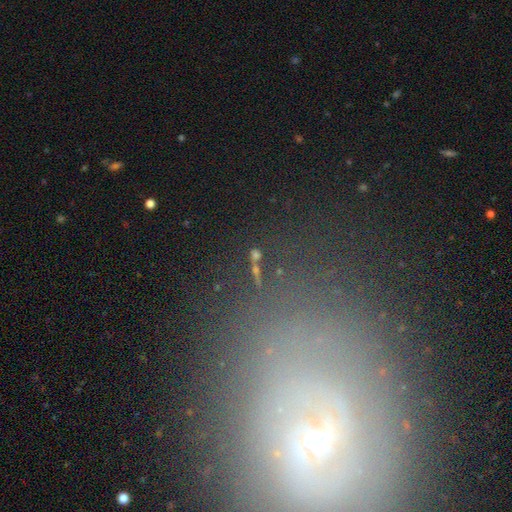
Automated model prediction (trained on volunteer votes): This appears to be a star or artifact, not a galaxy (59%).